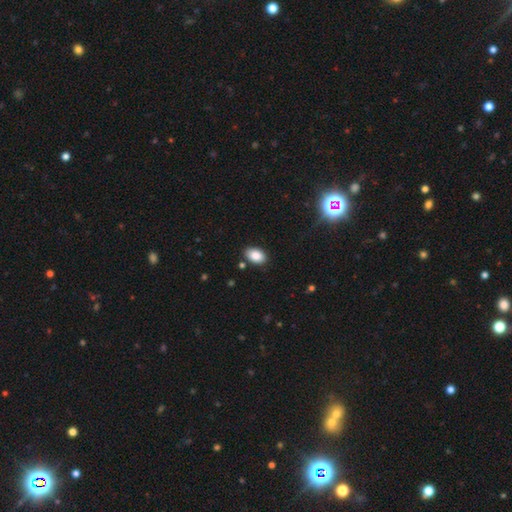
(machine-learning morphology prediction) smooth_or_featured: smooth (p=0.86) [alt: star or artifact p=0.08]
how_rounded: in between (p=0.89) [alt: round p=0.09]
merging: none (p=0.87) [alt: minor disturbance p=0.09]